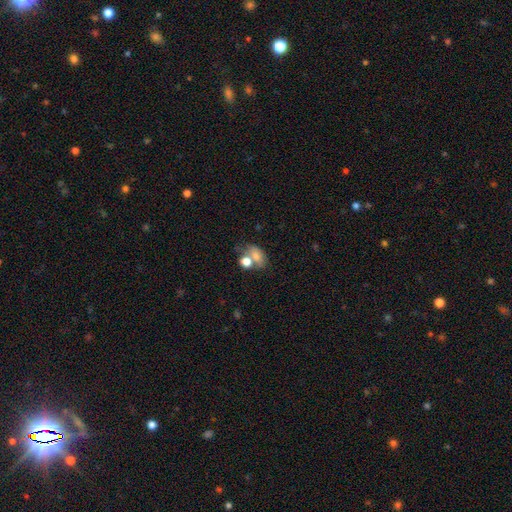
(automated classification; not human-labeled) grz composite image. It shows a smooth galaxy with no disk features (72%) that is in between round and cigar-shaped (72%). Merging: merger (44%).